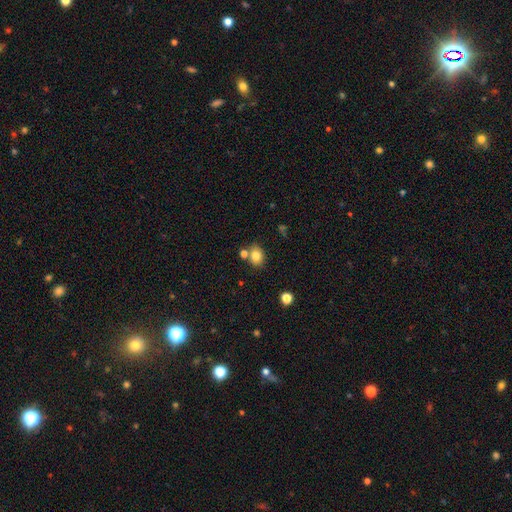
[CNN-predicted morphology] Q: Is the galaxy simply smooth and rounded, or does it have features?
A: smooth — 81%.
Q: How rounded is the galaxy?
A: in between — 55%.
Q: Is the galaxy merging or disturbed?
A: none — 66%.